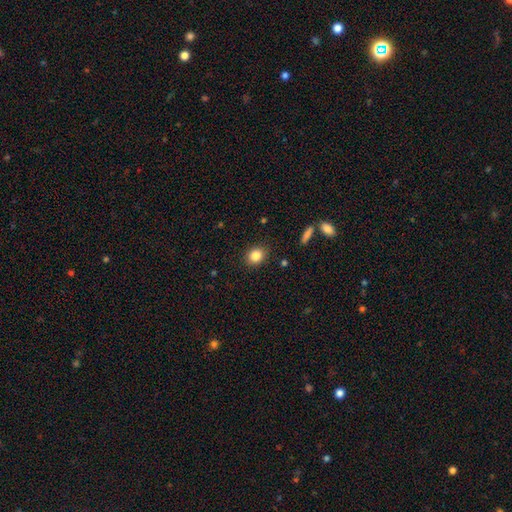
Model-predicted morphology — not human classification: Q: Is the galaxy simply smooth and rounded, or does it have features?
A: smooth — 84%.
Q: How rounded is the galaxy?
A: round — 60%.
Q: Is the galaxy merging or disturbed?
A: none — 88%.